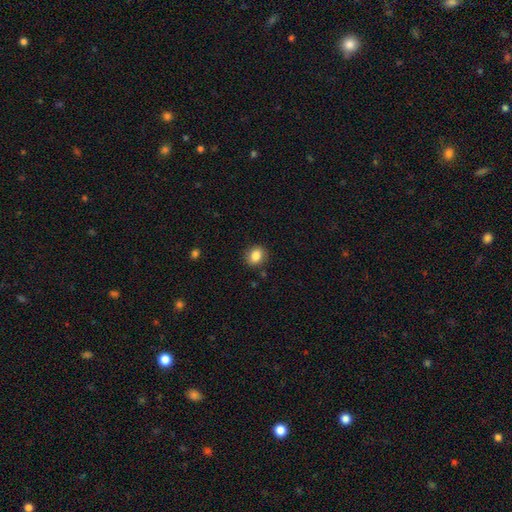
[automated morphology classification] smooth_or_featured: smooth (p=0.84) [alt: star or artifact p=0.09]
how_rounded: round (p=0.64) [alt: in between p=0.35]
merging: none (p=0.88) [alt: minor disturbance p=0.08]